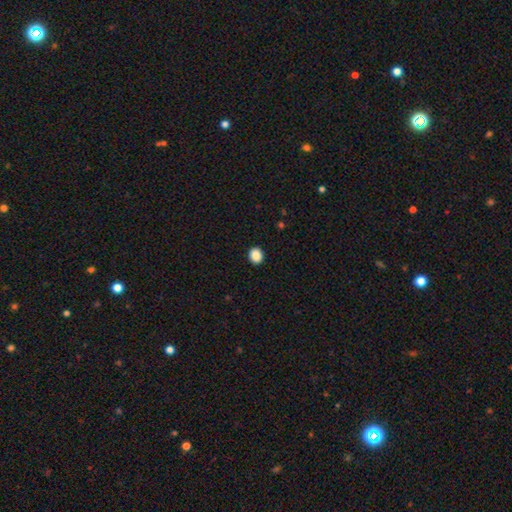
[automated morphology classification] The model was most divided on "how rounded": round: 70%, in between: 29%, cigar-shaped: 1%. More confident: merging — none (92%); smooth or featured — smooth (89%).